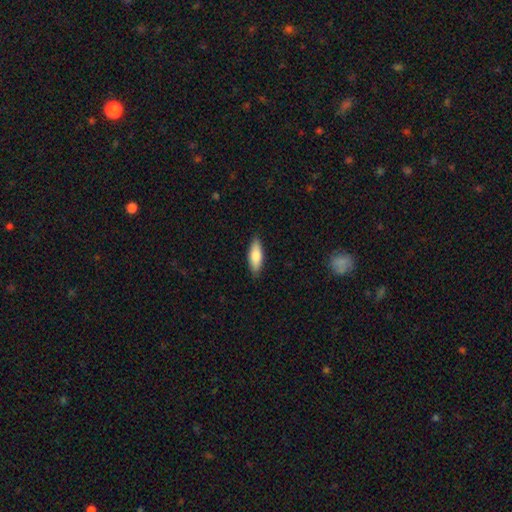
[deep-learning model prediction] This is likely a smooth galaxy (78%). How rounded: likely in between (65%). Merging: clearly none (87%).